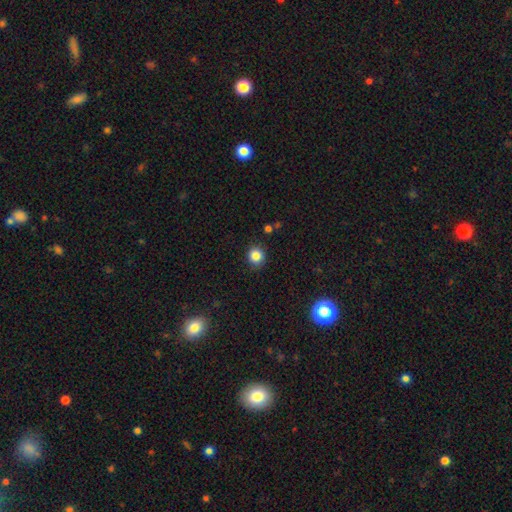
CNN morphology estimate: Overall: smooth (85%). How rounded: round (87%). Merging: none (87%).